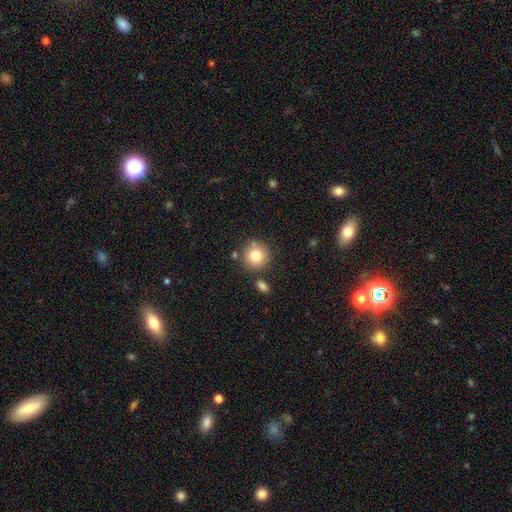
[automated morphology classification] Smooth or featured? smooth (81%)
How rounded? round (92%)
Merging? none (77%)